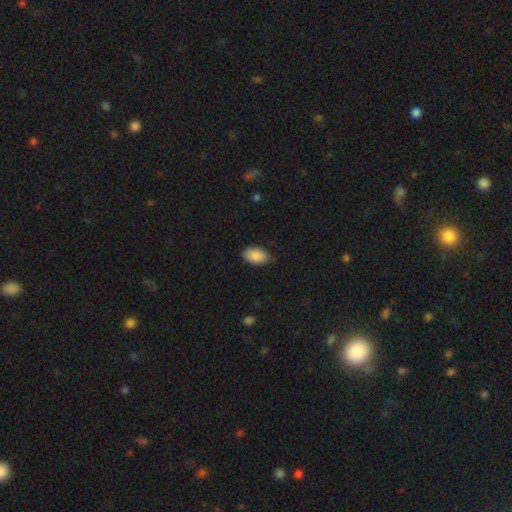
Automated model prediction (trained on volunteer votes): Smooth or featured: smooth — 90% (star or artifact — 6%)
How rounded: in between — 94% (round — 5%)
Merging: none — 86% (minor disturbance — 11%)